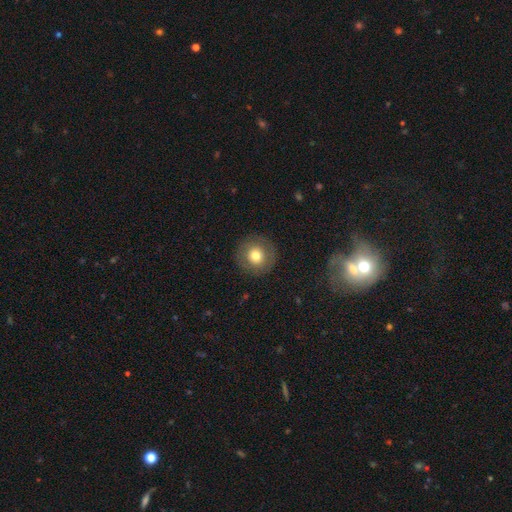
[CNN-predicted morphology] Q: Smooth or featured?
A: smooth (73%); runner-up: featured or disk (17%)
Q: How rounded?
A: round (95%); runner-up: in between (4%)
Q: Merging?
A: none (89%); runner-up: minor disturbance (7%)